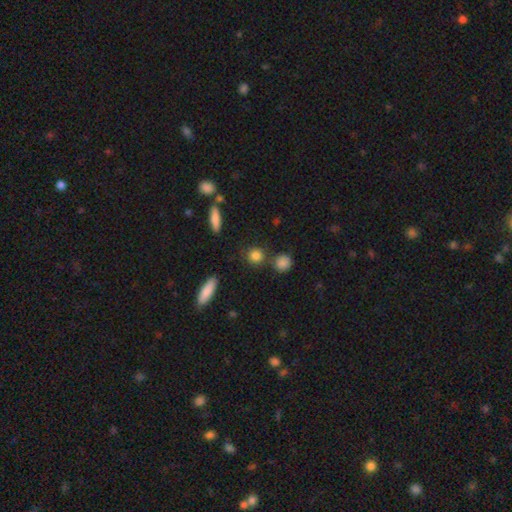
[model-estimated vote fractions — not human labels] Smooth or featured? smooth (84%)
How rounded? round (84%)
Merging? none (74%)